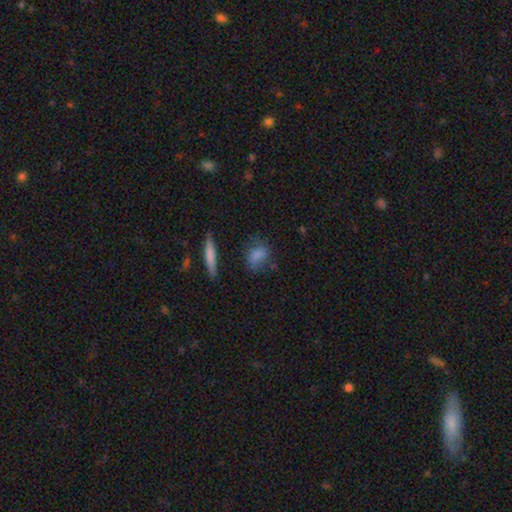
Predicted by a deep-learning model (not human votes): Smooth or featured? Predicted: smooth (p=0.71). How rounded? Predicted: in between (p=0.60). Merging? Predicted: none (p=0.62).